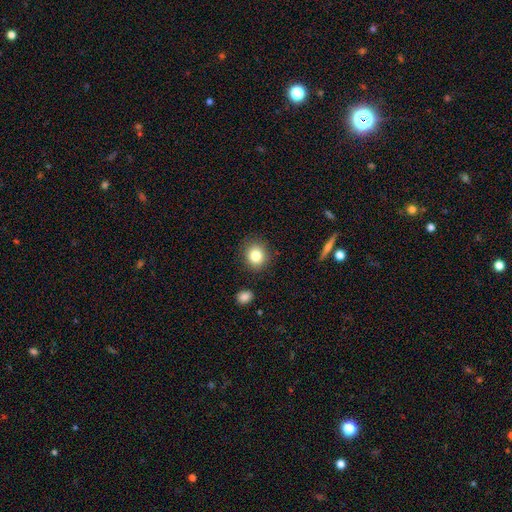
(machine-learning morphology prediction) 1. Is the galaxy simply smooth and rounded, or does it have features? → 82% smooth, 10% star or artifact, 8% featured or disk.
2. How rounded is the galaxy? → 80% round, 19% in between, 1% cigar-shaped.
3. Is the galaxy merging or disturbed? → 86% none, 8% minor disturbance, 3% major disturbance, 2% merger.